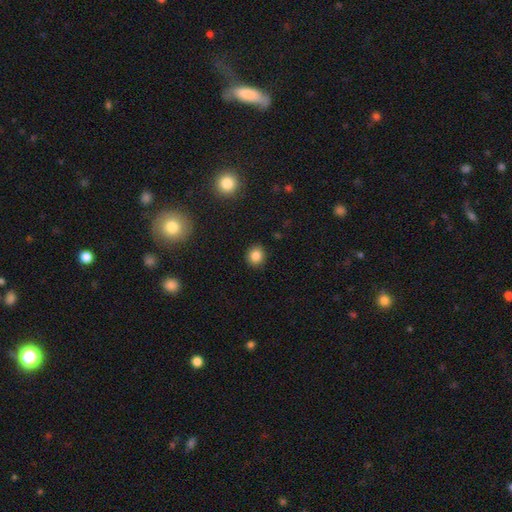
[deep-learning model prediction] Overall: smooth (84%). How rounded: round (82%). Merging: none (89%).